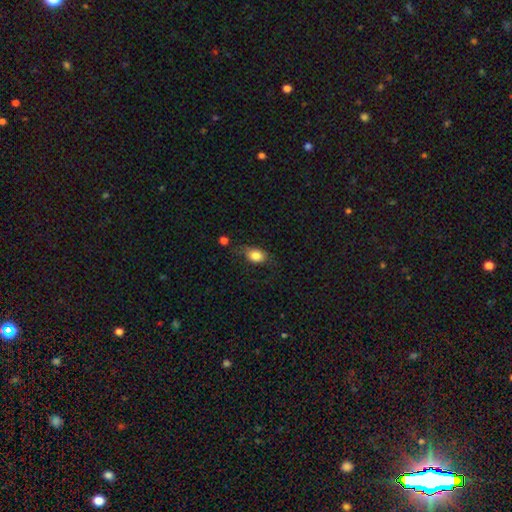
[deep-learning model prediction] smooth-or-featured: smooth: 82% | featured or disk: 9% | star or artifact: 9%
  how-rounded: in between: 75% | round: 23% | cigar-shaped: 2%
  merging: none: 62% | minor disturbance: 25% | major disturbance: 10% | merger: 3%